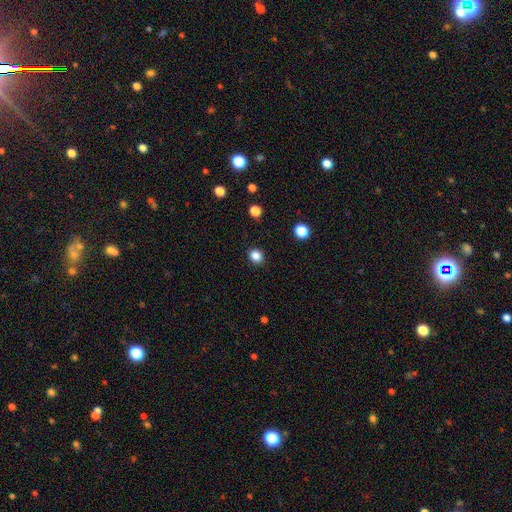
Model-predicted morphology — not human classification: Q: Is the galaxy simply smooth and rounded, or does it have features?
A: smooth — 85%.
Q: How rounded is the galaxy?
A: round — 74%.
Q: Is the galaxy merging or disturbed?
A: none — 91%.